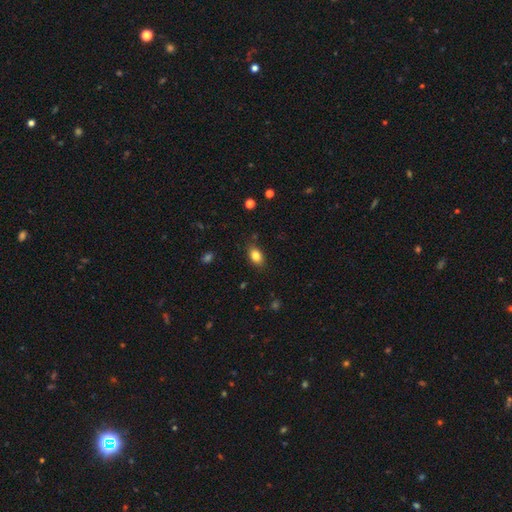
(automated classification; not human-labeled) This is clearly a smooth galaxy (83%). How rounded: clearly in between (86%). Merging: clearly none (84%).